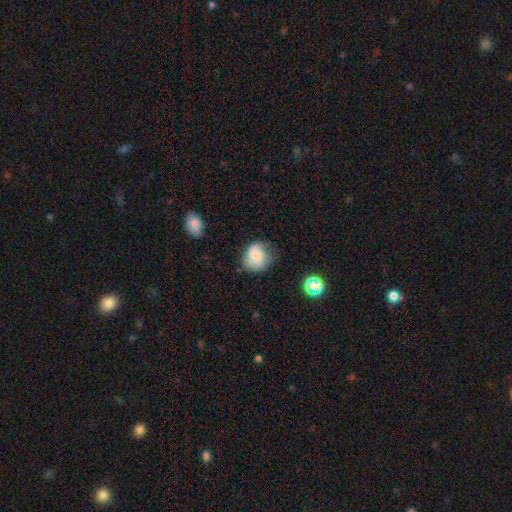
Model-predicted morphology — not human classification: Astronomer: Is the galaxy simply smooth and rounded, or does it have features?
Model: smooth — 58%.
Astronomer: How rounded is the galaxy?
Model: round — 73%.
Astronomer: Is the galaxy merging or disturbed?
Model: none — 61%.